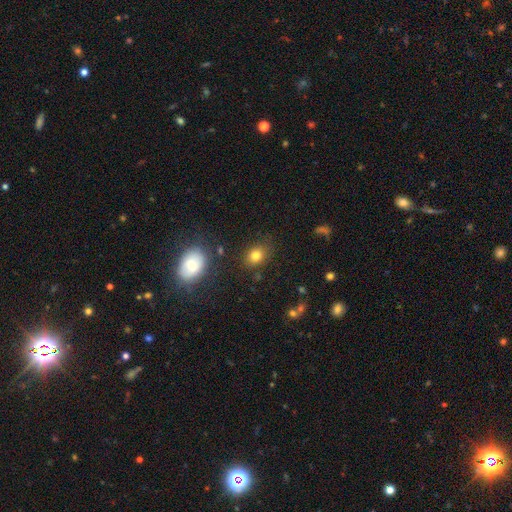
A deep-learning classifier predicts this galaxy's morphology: A smooth galaxy with no disk features (80%) that is in between round and cigar-shaped (62%). Merging: none (81%).